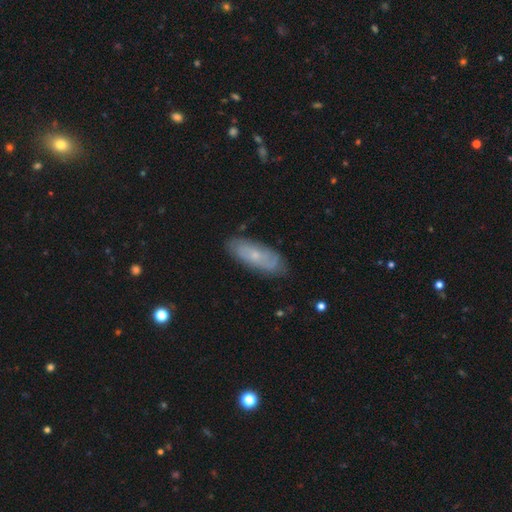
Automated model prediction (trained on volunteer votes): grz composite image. It shows a featured or disk galaxy (50%). Merging: none (80%).